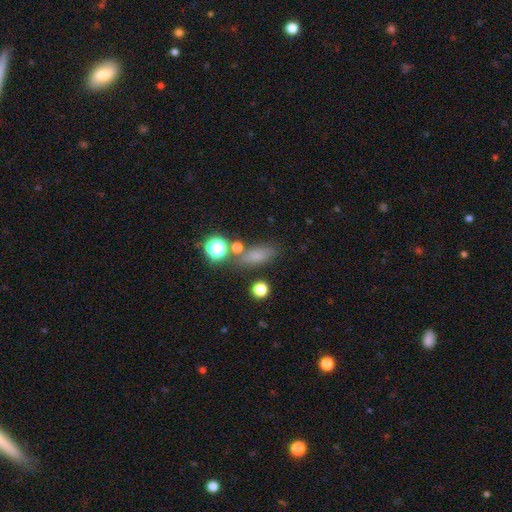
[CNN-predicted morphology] smooth-or-featured: smooth: 70% | star or artifact: 19% | featured or disk: 11%
  how-rounded: in between: 58% | cigar-shaped: 26% | round: 16%
  merging: none: 71% | minor disturbance: 14% | merger: 10% | major disturbance: 6%